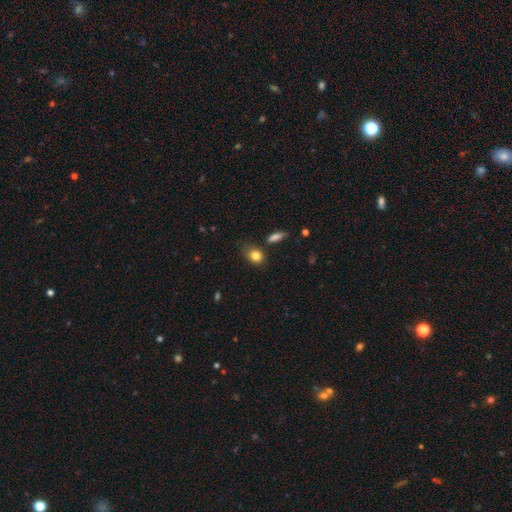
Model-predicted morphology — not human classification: A smooth galaxy with no disk features (82%) that is in between round and cigar-shaped (50%).

Vote fractions:
- Smooth or featured? smooth: 82% / star or artifact: 10% / featured or disk: 7%
- How rounded? in between: 50% / round: 48% / cigar-shaped: 2%
- Merging? none: 61% / minor disturbance: 26% / major disturbance: 7% / merger: 6%